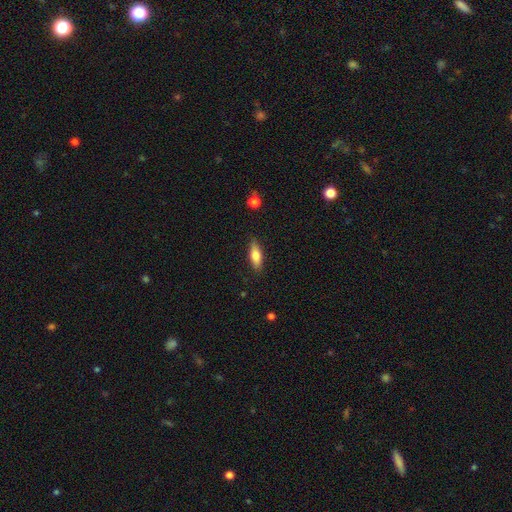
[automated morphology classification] A smooth galaxy with no disk features (69%) that is in between round and cigar-shaped (61%).

Vote fractions:
- Smooth or featured? smooth: 69% / featured or disk: 24% / star or artifact: 7%
- How rounded? in between: 61% / cigar-shaped: 36% / round: 3%
- Merging? none: 84% / minor disturbance: 12% / major disturbance: 2% / merger: 1%